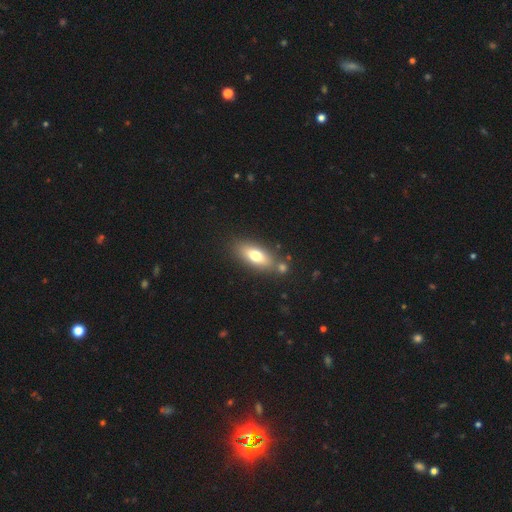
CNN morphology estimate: smooth_or_featured: smooth (p=0.71) [alt: featured or disk p=0.22]
how_rounded: in between (p=0.77) [alt: cigar-shaped p=0.20]
merging: none (p=0.72) [alt: merger p=0.13]